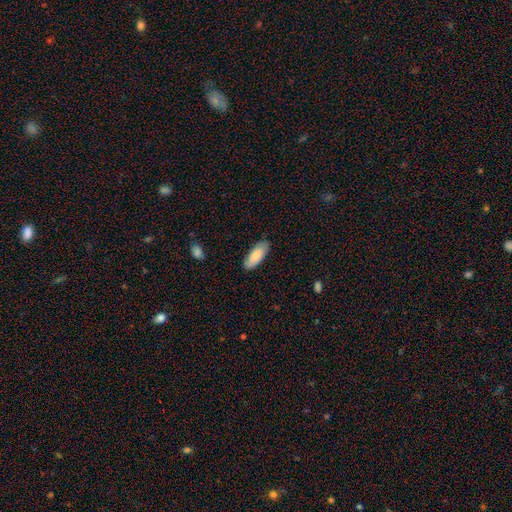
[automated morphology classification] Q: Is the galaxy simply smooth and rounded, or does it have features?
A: smooth — 83%.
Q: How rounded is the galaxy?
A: in between — 81%.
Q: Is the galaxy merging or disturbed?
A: none — 83%.